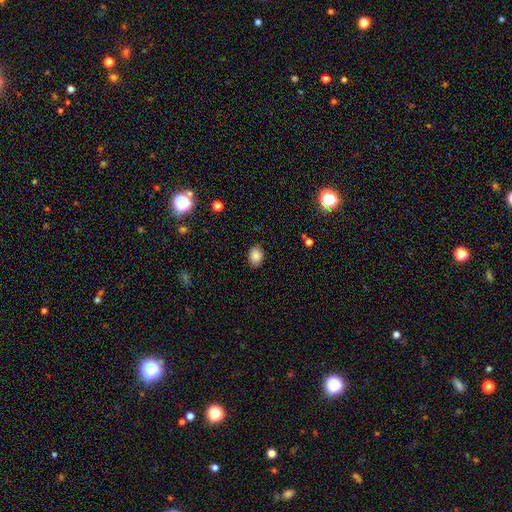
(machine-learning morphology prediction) A smooth galaxy with no disk features (86%) that is in between round and cigar-shaped (69%). Merging: none (84%).